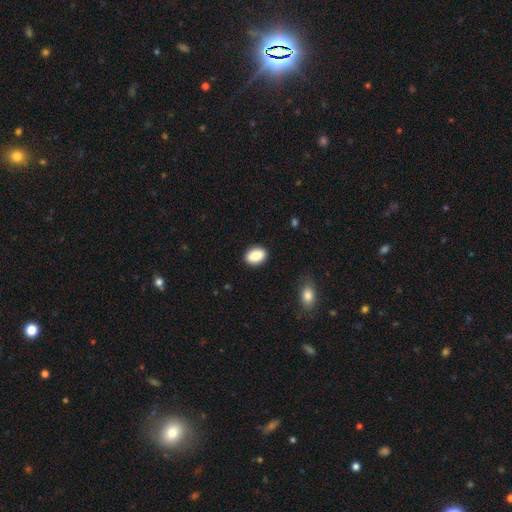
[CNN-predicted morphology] Smooth or featured: smooth — 88% (star or artifact — 7%)
How rounded: in between — 83% (round — 16%)
Merging: none — 88% (minor disturbance — 9%)